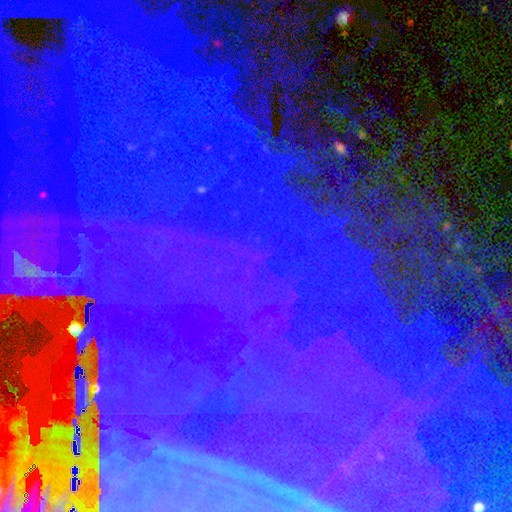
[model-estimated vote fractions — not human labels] Q: Smooth or featured?
A: star or artifact (74%); runner-up: featured or disk (17%)